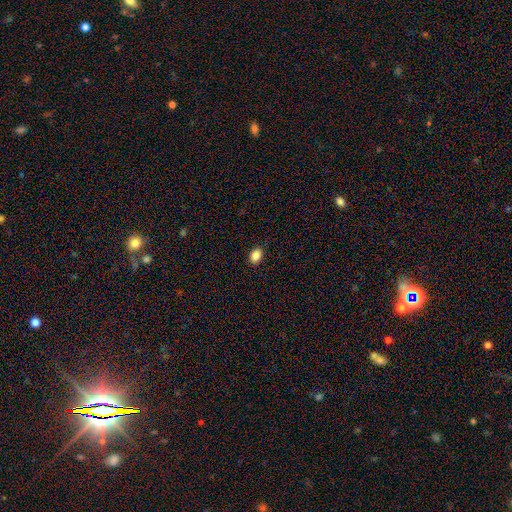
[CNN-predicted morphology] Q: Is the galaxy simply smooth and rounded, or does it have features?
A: smooth — 87%.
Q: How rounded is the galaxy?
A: in between — 76%.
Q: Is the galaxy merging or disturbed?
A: none — 87%.